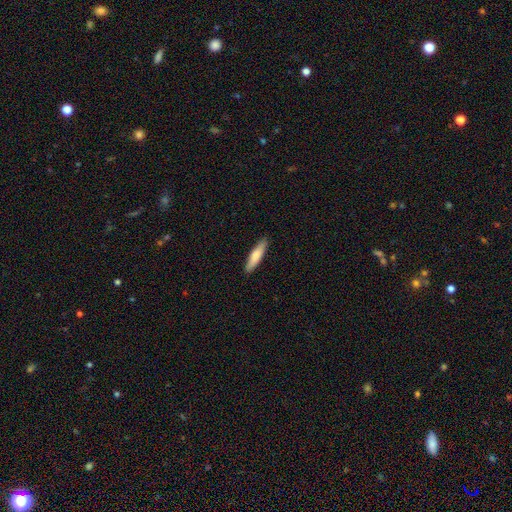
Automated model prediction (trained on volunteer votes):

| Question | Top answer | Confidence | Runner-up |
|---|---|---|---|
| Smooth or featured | smooth | 74% | featured or disk (21%) |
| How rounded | cigar-shaped | 81% | in between (18%) |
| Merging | none | 90% | minor disturbance (8%) |